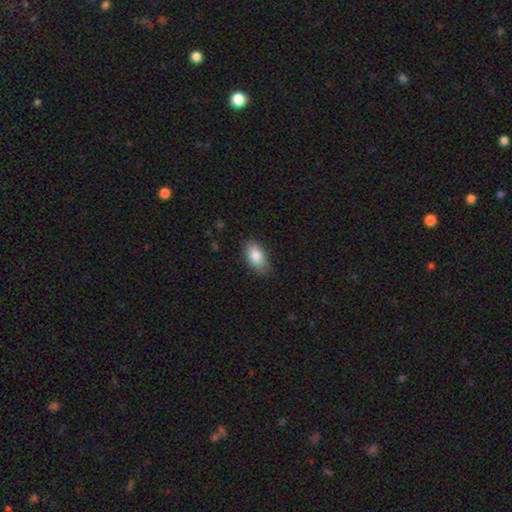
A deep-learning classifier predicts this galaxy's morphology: smooth 84%, featured or disk 9%, star or artifact 7%. Down the decision tree: how rounded — in between (92%); merging — none (81%).